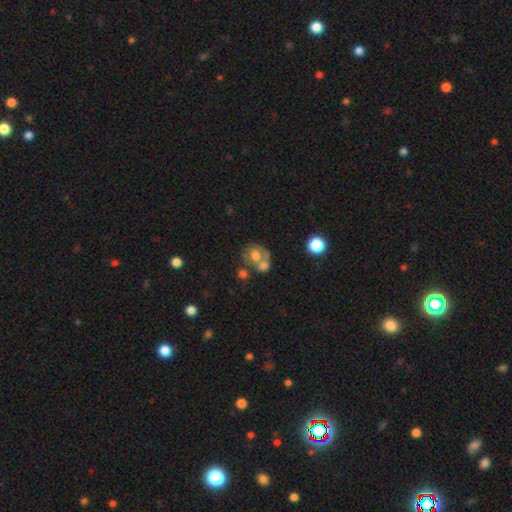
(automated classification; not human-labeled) Morphology: type=smooth (52%); roundness=round (63%); merging=merger (47%).